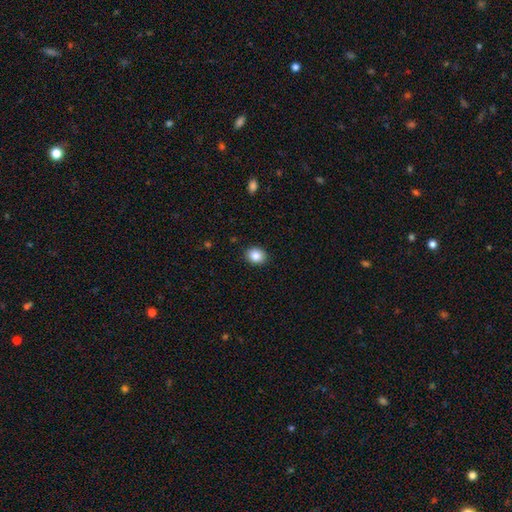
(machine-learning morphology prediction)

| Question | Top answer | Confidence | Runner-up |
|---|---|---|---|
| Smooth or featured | smooth | 86% | star or artifact (9%) |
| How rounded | round | 62% | in between (37%) |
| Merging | none | 90% | minor disturbance (7%) |